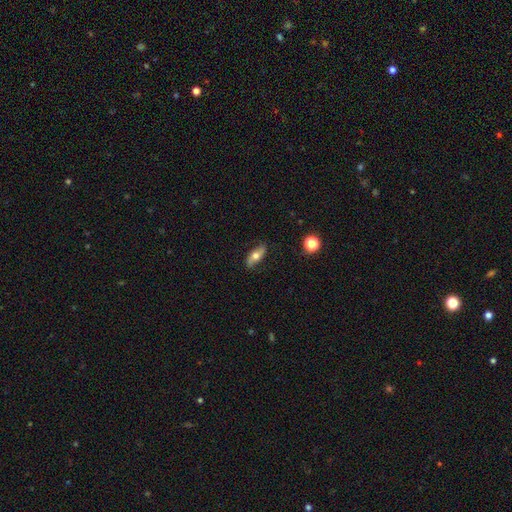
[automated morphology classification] Smooth or featured: smooth — 56% (featured or disk — 37%)
How rounded: in between — 73% (cigar-shaped — 22%)
Merging: none — 81% (minor disturbance — 15%)